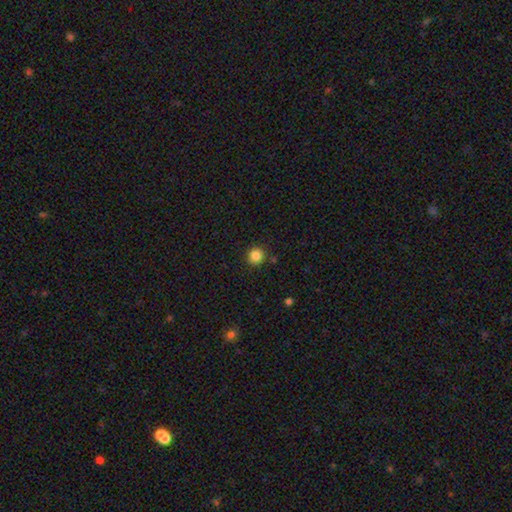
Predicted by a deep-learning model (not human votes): Morphology: type=smooth (85%); roundness=round (95%); merging=none (91%).